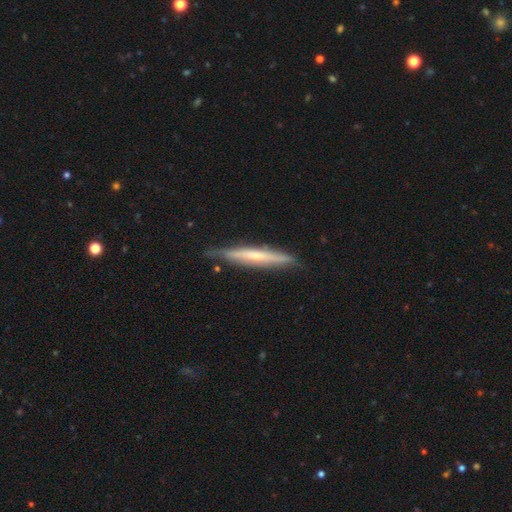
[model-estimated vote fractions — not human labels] Smooth or featured?
  - featured or disk: 58% *
  - smooth: 36%
  - star or artifact: 6%
Edge-on disk?
  - yes: 92% *
  - no: 8%
Edge-on bulge?
  - rounded: 46% * (tied)
  - none: 46% * (tied)
  - boxy: 9%
Merging?
  - none: 79% *
  - minor disturbance: 17%
  - major disturbance: 3%
  - merger: 2%